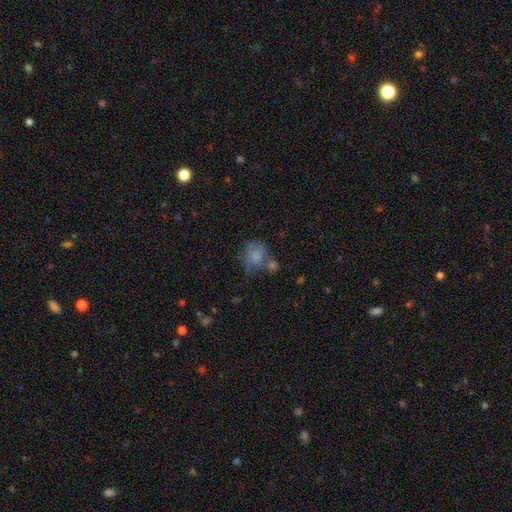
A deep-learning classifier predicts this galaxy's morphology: Smooth or featured: smooth — 68% (featured or disk — 22%)
How rounded: round — 64% (in between — 35%)
Merging: none — 35% (merger — 28%)